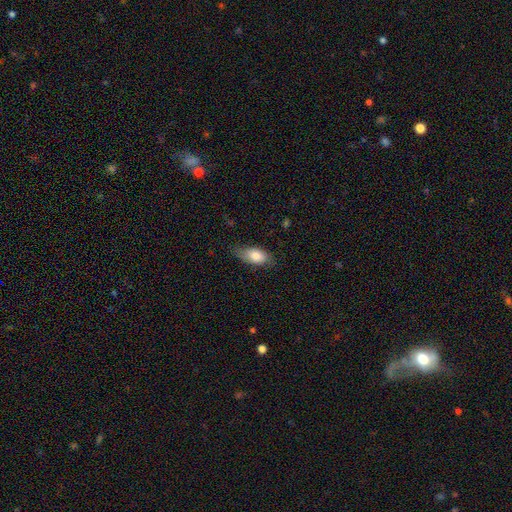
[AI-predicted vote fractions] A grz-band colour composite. It shows a smooth galaxy with no disk features (79%) that is in between round and cigar-shaped (89%). Merging: none (68%).